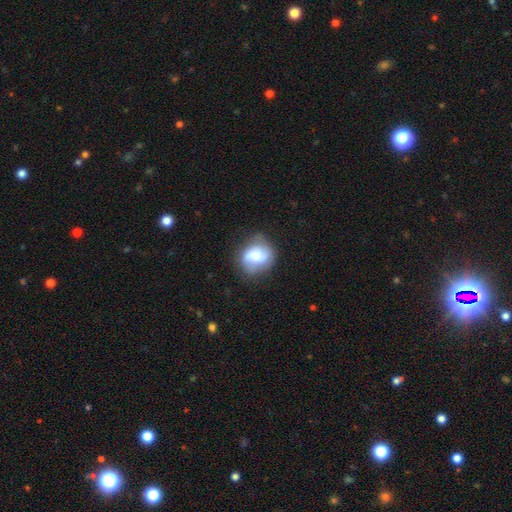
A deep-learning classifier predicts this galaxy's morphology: Q: Smooth or featured?
A: smooth (47%); runner-up: featured or disk (44%)
Q: Merging?
A: none (65%); runner-up: minor disturbance (24%)